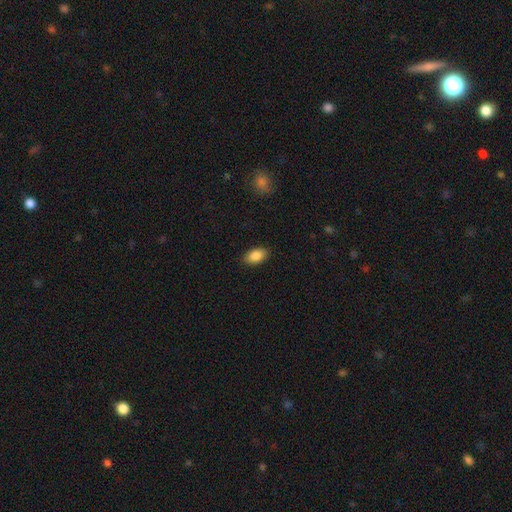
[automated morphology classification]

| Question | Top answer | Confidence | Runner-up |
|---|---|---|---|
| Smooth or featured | smooth | 87% | star or artifact (7%) |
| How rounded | in between | 92% | round (6%) |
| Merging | none | 87% | minor disturbance (9%) |